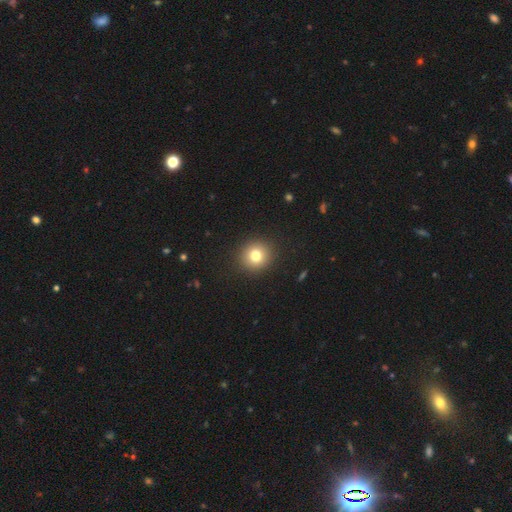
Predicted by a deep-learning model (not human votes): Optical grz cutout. It shows a smooth galaxy with no disk features (78%) that is round (90%). Merging: none (92%).